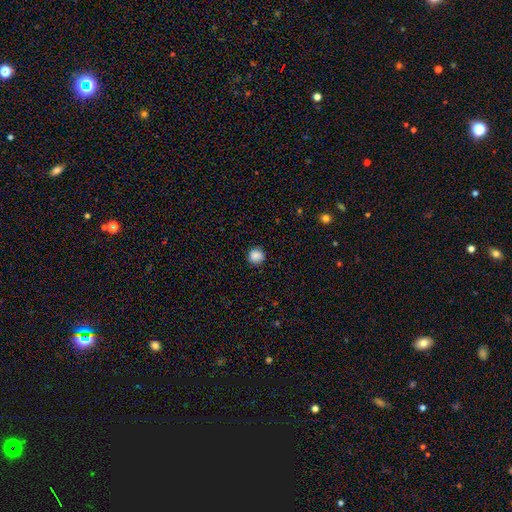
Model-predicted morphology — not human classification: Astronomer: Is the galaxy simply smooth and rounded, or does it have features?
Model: smooth — 87%.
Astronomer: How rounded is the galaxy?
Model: round — 93%.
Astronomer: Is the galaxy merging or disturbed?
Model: none — 88%.